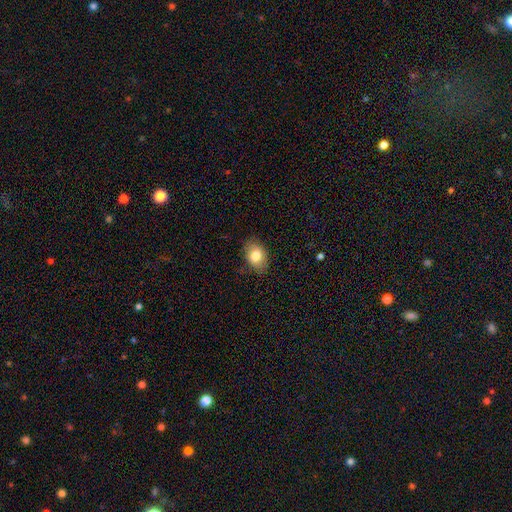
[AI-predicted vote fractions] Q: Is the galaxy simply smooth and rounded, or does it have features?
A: smooth — 81%.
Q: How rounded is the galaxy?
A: in between — 80%.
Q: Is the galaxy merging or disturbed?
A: none — 82%.